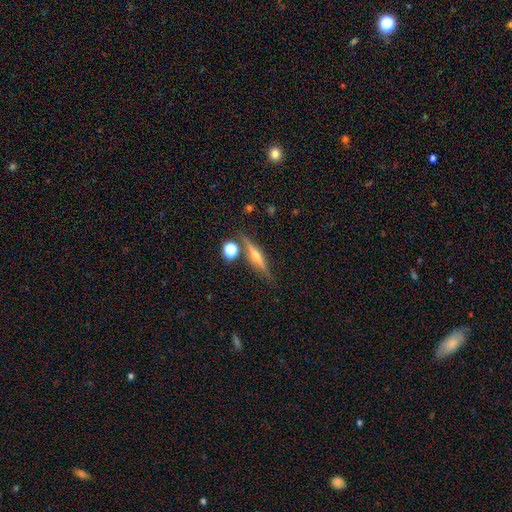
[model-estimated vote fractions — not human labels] smooth-or-featured: featured or disk: 61% | smooth: 29% | star or artifact: 10%
  disk-edge-on: yes: 94% | no: 6%
    edge-on-bulge: rounded: 85% | none: 9% | boxy: 6%
  merging: none: 78% | minor disturbance: 11% | merger: 7% | major disturbance: 3%